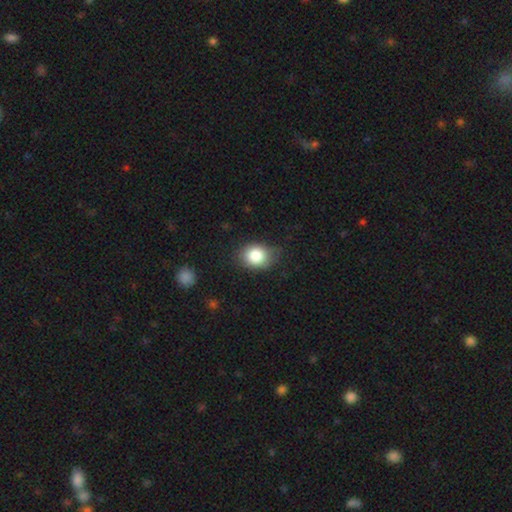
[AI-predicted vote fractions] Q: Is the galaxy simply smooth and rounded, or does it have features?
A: smooth — 84%.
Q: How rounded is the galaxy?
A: round — 53%.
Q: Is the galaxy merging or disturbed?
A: none — 68%.